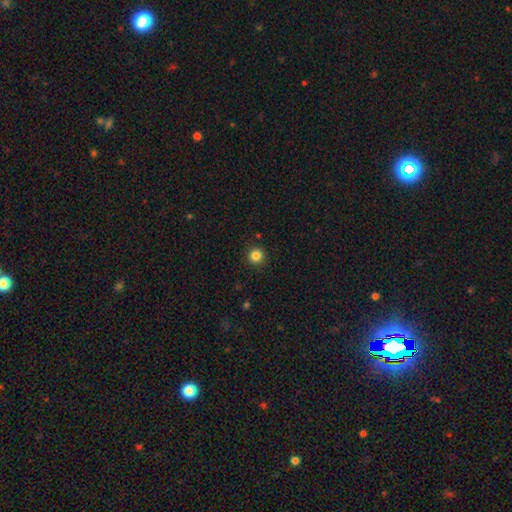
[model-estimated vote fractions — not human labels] smooth 84%, star or artifact 12%, featured or disk 4%. Down the decision tree: how rounded — round (96%); merging — none (92%).